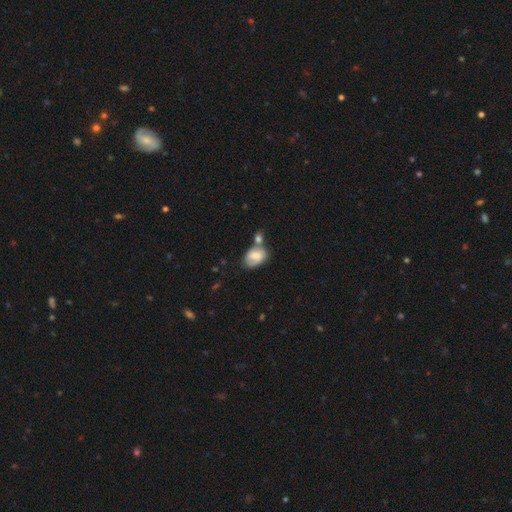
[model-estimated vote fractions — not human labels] smooth-or-featured: smooth: 71% | featured or disk: 20% | star or artifact: 8%
  how-rounded: in between: 85% | round: 14% | cigar-shaped: 1%
  merging: merger: 39% | none: 30% | minor disturbance: 21% | major disturbance: 10%